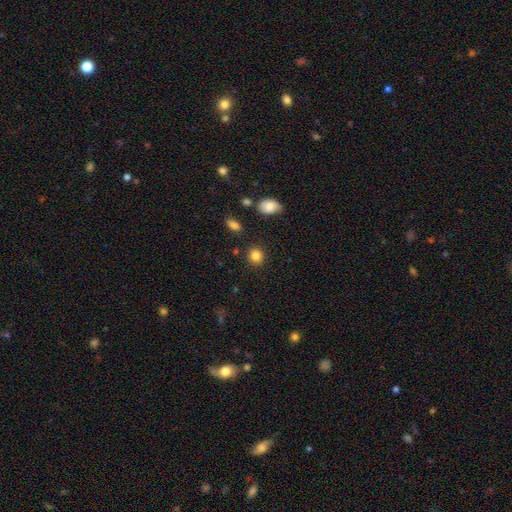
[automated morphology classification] Smooth or featured: smooth — 85% (star or artifact — 10%)
How rounded: round — 85% (in between — 14%)
Merging: none — 89% (minor disturbance — 7%)